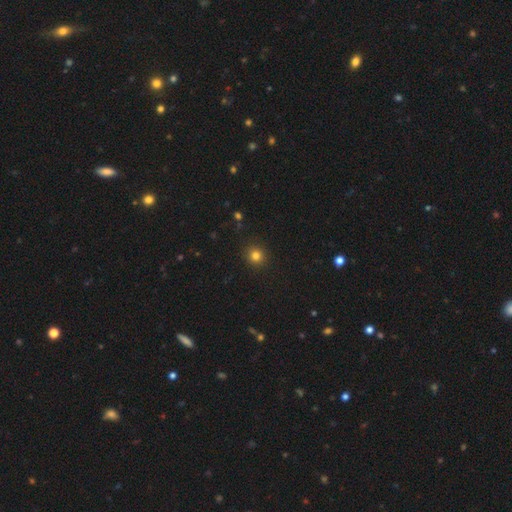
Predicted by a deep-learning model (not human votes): Smooth or featured? smooth (81%)
How rounded? round (92%)
Merging? none (92%)